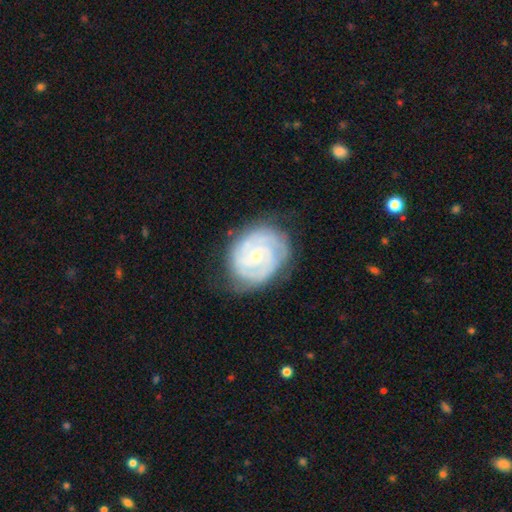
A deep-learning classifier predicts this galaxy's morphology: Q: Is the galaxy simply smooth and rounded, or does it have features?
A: featured or disk — 85%.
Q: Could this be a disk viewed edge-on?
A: no — 98%.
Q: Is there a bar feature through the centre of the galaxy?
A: no — 66%.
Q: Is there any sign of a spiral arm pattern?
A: yes — 96%.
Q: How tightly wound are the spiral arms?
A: tight — 74%.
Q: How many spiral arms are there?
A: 2 — 29%.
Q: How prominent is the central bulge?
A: small — 73%.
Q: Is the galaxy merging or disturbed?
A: none — 75%.